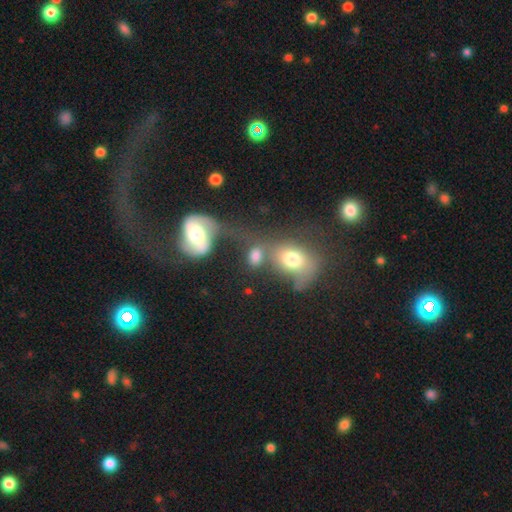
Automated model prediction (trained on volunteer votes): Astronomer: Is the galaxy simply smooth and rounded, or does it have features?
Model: smooth — 66%.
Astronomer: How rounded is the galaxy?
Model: in between — 68%.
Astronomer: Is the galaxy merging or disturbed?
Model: merger — 47% (runner-up: none, 28%).